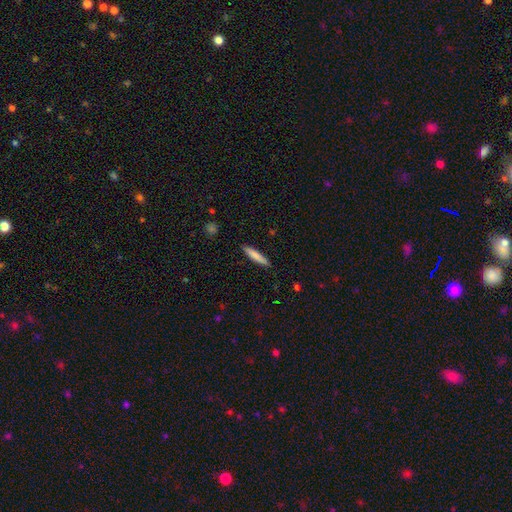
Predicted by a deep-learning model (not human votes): Smooth or featured: smooth — 78% (featured or disk — 16%)
How rounded: cigar-shaped — 92% (in between — 7%)
Merging: none — 89% (minor disturbance — 8%)